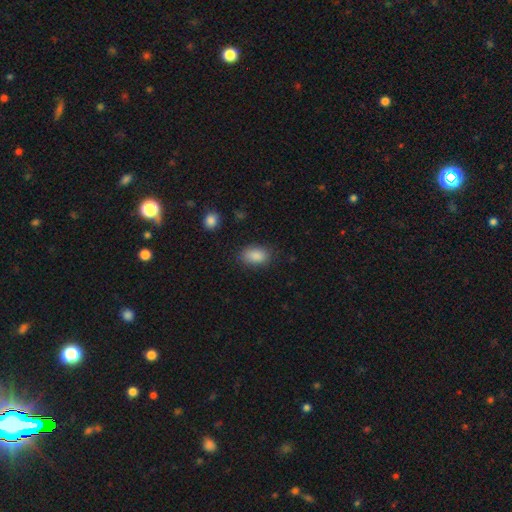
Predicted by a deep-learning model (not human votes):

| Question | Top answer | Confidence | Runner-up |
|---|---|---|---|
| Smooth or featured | smooth | 88% | star or artifact (8%) |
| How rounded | in between | 87% | round (12%) |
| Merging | none | 82% | minor disturbance (12%) |